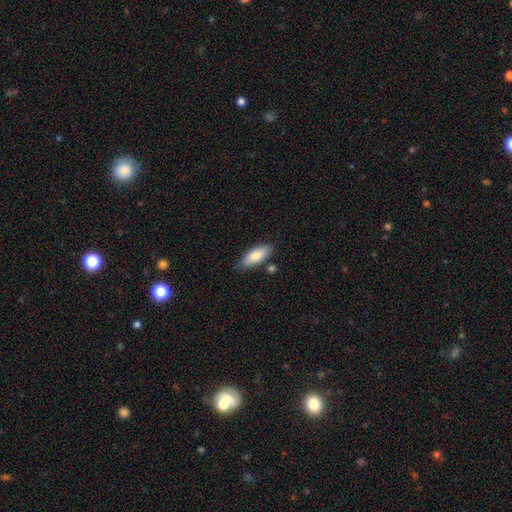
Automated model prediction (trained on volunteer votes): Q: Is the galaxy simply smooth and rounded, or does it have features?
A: smooth — 81%.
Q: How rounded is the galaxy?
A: in between — 77%.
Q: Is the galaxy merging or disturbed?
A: none — 77%.